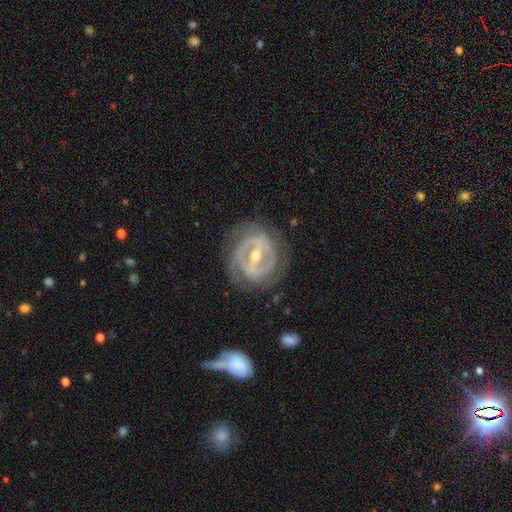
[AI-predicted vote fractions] Smooth or featured? featured or disk (86%)
Edge-on disk? no (95%)
Bar? strong (64%)
Spiral arms? yes (83%)
Spiral winding? tight (64%)
Spiral arm count? 2 (55%)
Bulge size? moderate (61%)
Merging? none (72%)